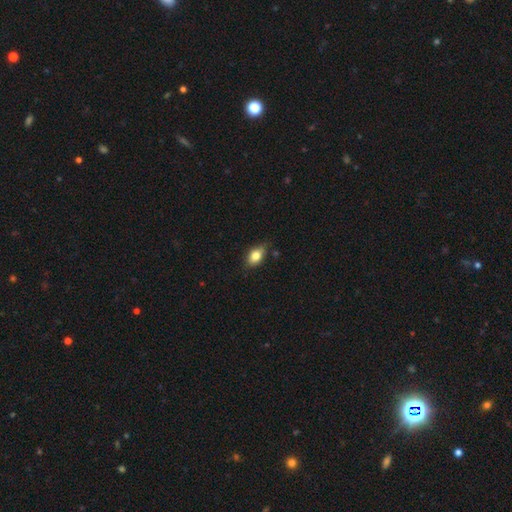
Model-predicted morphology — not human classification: smooth-or-featured: smooth: 80% | featured or disk: 12% | star or artifact: 8%
  how-rounded: in between: 82% | round: 14% | cigar-shaped: 4%
  merging: none: 72% | minor disturbance: 23% | major disturbance: 4% | merger: 2%